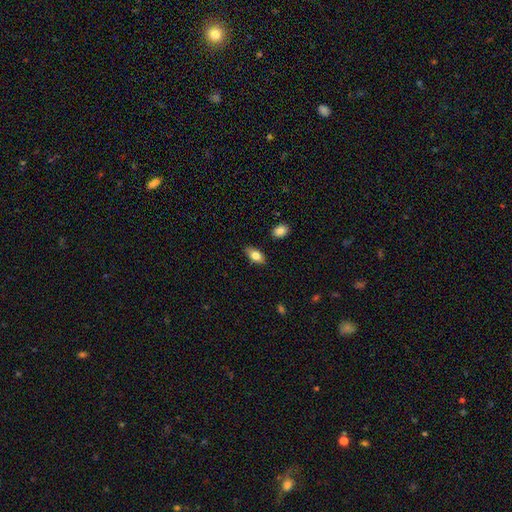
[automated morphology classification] A smooth galaxy with no disk features (79%) that is in between round and cigar-shaped (89%). Merging: none (84%).